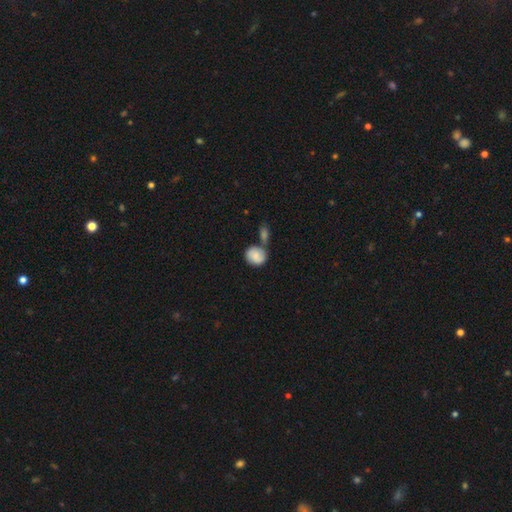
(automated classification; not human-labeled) Smooth or featured: smooth — 72% (featured or disk — 20%)
How rounded: round — 66% (in between — 33%)
Merging: none — 45% (merger — 35%)